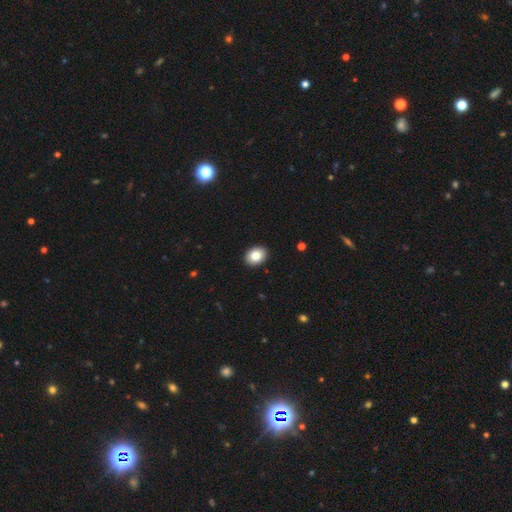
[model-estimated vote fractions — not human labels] Smooth or featured? smooth (84%)
How rounded? in between (64%)
Merging? none (92%)